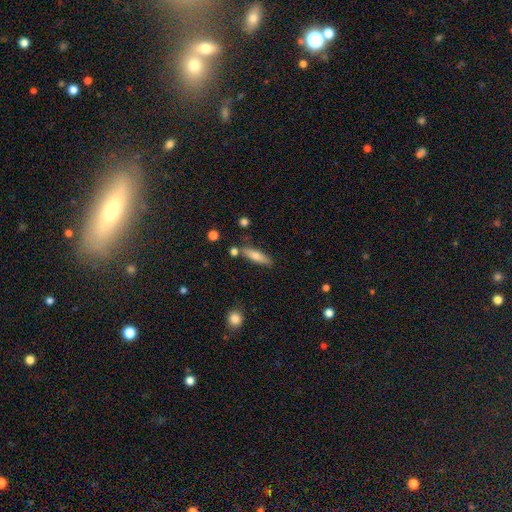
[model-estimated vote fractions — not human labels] smooth 69%, featured or disk 24%, star or artifact 7%. Down the decision tree: how rounded — cigar-shaped (66%); merging — none (77%).